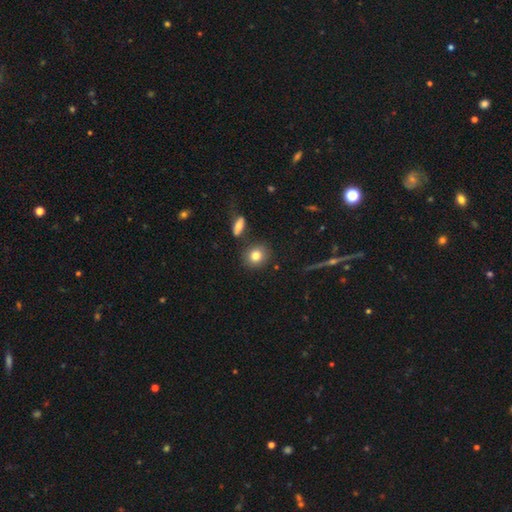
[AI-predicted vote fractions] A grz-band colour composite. It shows a smooth galaxy with no disk features (80%) that is round (76%). Merging: none (82%).